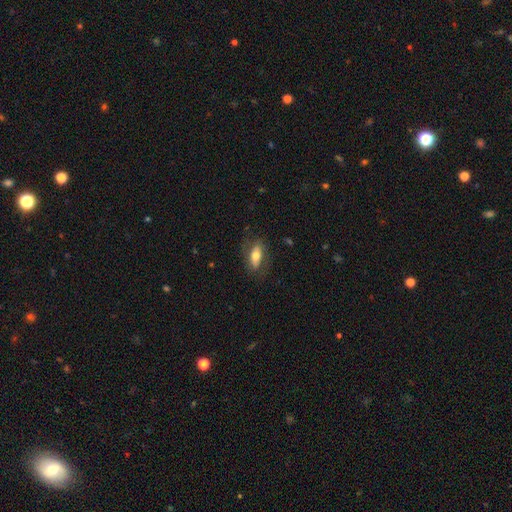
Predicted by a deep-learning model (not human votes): smooth-or-featured: smooth: 60% | featured or disk: 34% | star or artifact: 7%
  how-rounded: in between: 77% | cigar-shaped: 18% | round: 5%
  merging: none: 76% | minor disturbance: 16% | major disturbance: 7% | merger: 1%